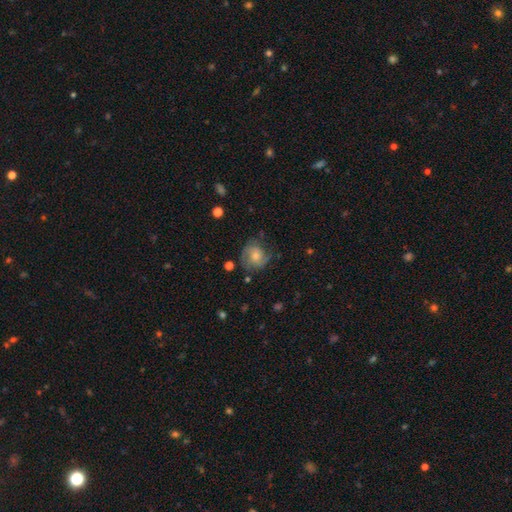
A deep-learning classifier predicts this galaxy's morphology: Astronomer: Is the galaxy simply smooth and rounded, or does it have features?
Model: featured or disk — 49% (runner-up: smooth, 43%).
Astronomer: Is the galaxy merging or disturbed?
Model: none — 63%.